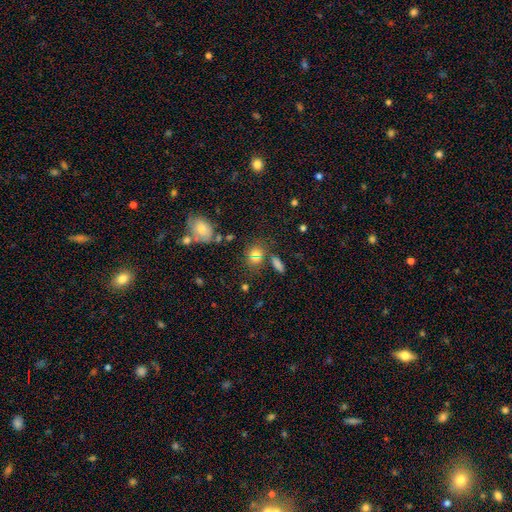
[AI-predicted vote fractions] smooth-or-featured: smooth: 70% | star or artifact: 19% | featured or disk: 11%
  how-rounded: round: 51% | in between: 46% | cigar-shaped: 2%
  merging: none: 59% | merger: 22% | minor disturbance: 14% | major disturbance: 6%